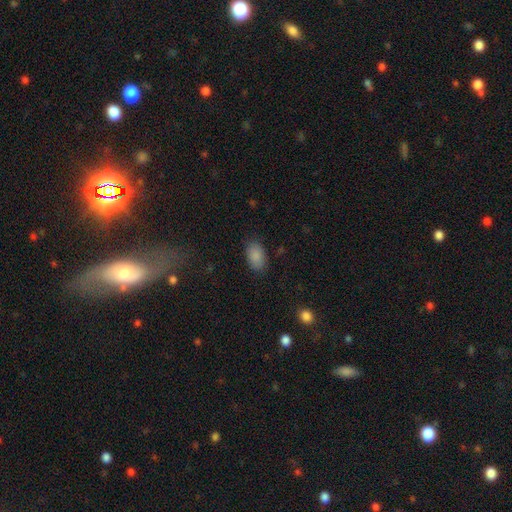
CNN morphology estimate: The model was most divided on "merging": none: 85%, minor disturbance: 11%, major disturbance: 3%, merger: 1%. More confident: how rounded — in between (91%); smooth or featured — smooth (88%).